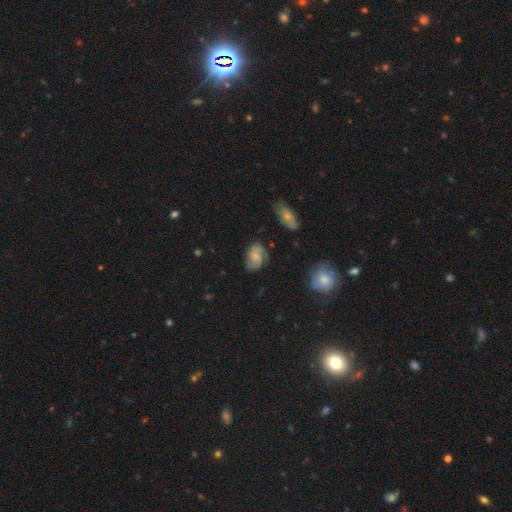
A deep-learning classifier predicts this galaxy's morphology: Smooth or featured? featured or disk (62%)
Edge-on disk? no (97%)
Bar? no (63%)
Spiral arms? yes (92%)
Spiral winding? medium (45%)
Spiral arm count? 2 (64%)
Bulge size? small (52%)
Merging? none (67%)